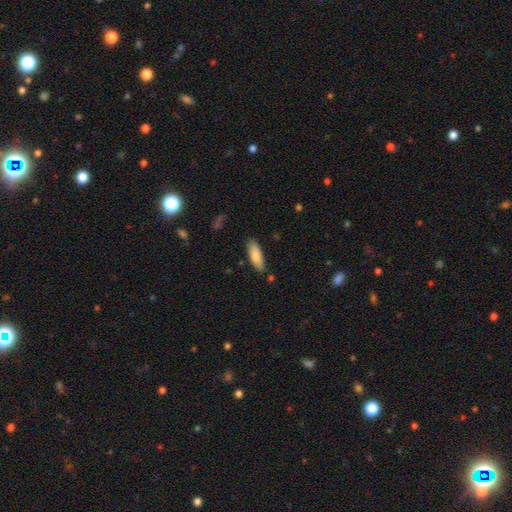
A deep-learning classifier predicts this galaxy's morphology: Smooth or featured?
  - smooth: 81% *
  - featured or disk: 13%
  - star or artifact: 6%
How rounded?
  - in between: 61% *
  - cigar-shaped: 37%
  - round: 2%
Merging?
  - none: 82% *
  - minor disturbance: 13%
  - merger: 3%
  - major disturbance: 2%